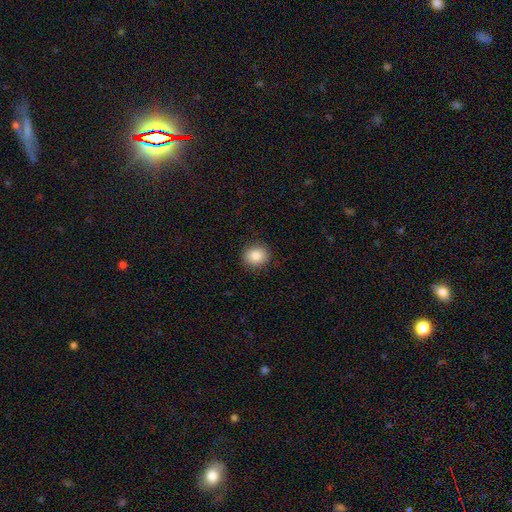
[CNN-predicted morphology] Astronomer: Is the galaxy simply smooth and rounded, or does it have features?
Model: smooth — 86%.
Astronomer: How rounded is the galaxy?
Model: round — 75%.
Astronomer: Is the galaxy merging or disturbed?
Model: none — 89%.